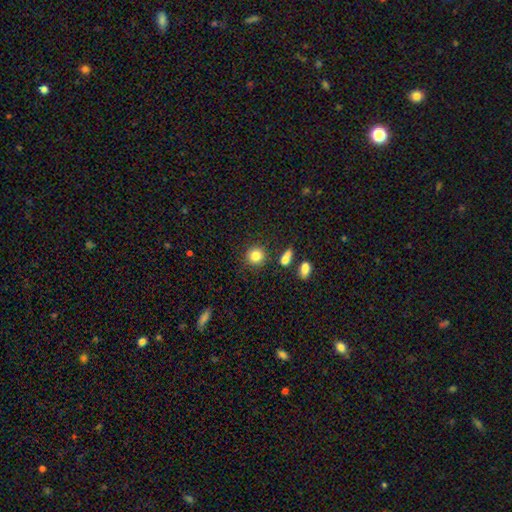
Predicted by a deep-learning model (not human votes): Smooth or featured? smooth (84%)
How rounded? round (89%)
Merging? none (85%)